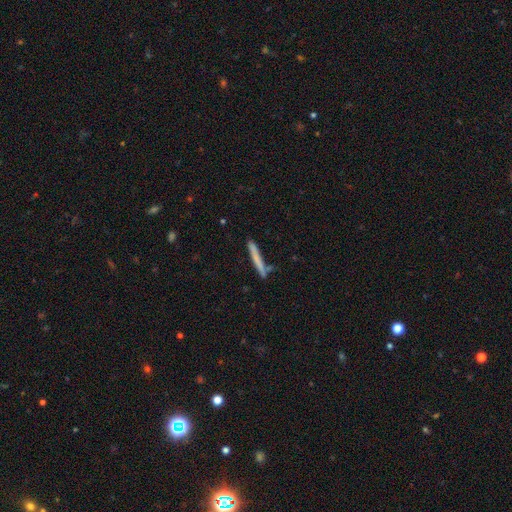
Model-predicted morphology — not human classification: smooth 66%, featured or disk 28%, star or artifact 6%. Down the decision tree: how rounded — cigar-shaped (96%); merging — none (81%).